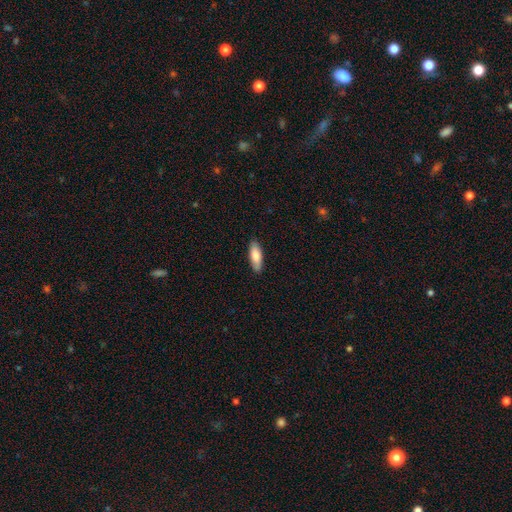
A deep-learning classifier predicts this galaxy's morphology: Overall: smooth (83%). How rounded: in between (62%; cigar-shaped 37%). Merging: none (87%).